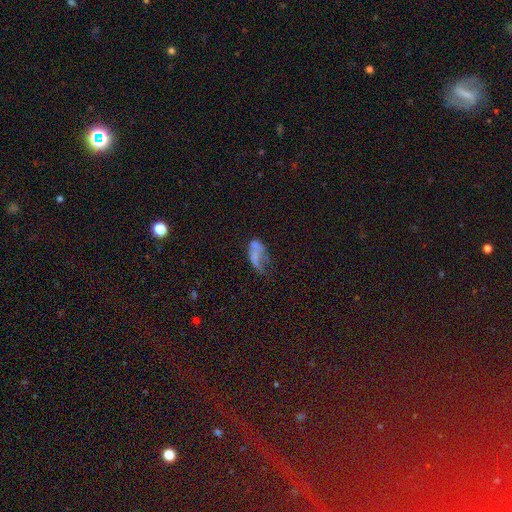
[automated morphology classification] Smooth or featured?
  - smooth: 47% *
  - featured or disk: 38%
  - star or artifact: 15%
Merging?
  - major disturbance: 39% *
  - merger: 21%
  - none: 21%
  - minor disturbance: 19%